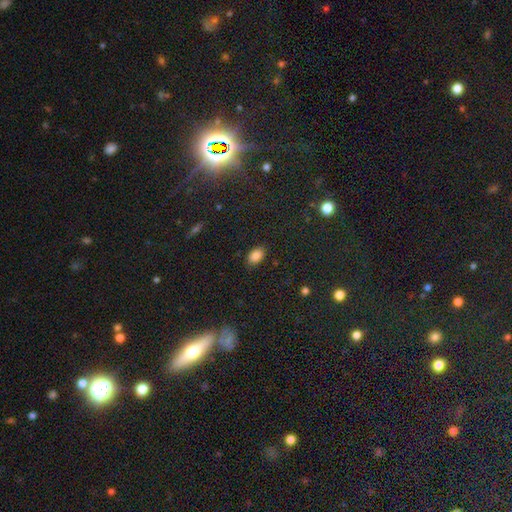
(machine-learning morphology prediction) type=smooth (85%); roundness=in between (88%); merging=none (85%).